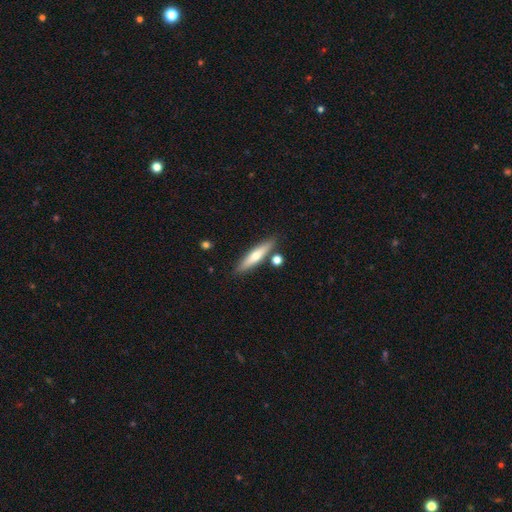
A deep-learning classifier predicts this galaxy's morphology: smooth_or_featured: smooth (p=0.54) [alt: featured or disk p=0.40]
how_rounded: cigar-shaped (p=0.85) [alt: in between p=0.13]
merging: none (p=0.82) [alt: minor disturbance p=0.10]